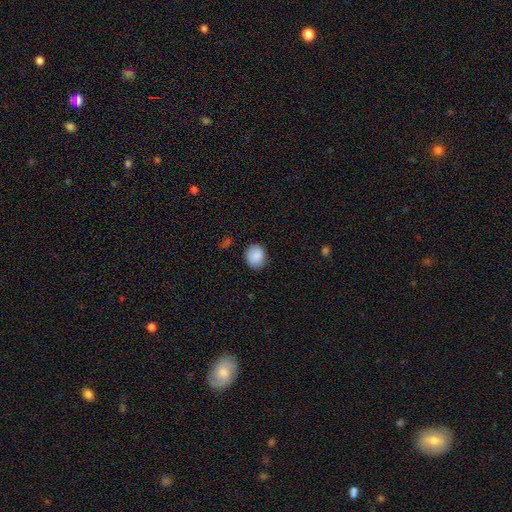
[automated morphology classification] A smooth galaxy with no disk features (89%) that is round (70%).

Vote fractions:
- Smooth or featured? smooth: 89% / star or artifact: 8% / featured or disk: 4%
- How rounded? round: 70% / in between: 29% / cigar-shaped: 1%
- Merging? none: 83% / minor disturbance: 13% / major disturbance: 3% / merger: 1%